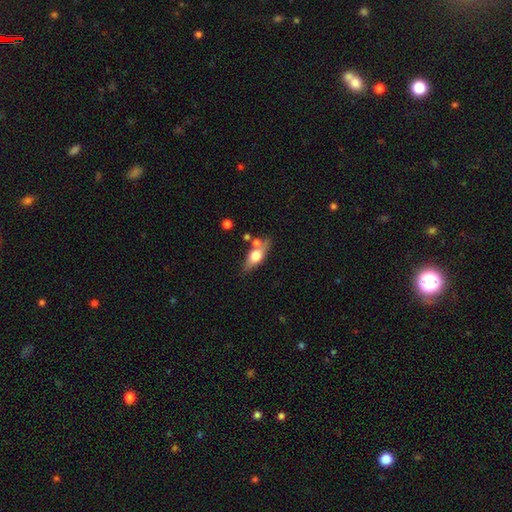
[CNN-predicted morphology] type=smooth (54%); roundness=in between (64%); merging=none (63%).